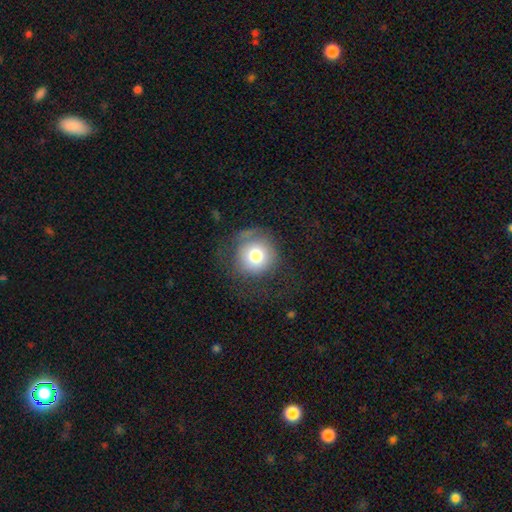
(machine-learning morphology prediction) A smooth galaxy with no disk features (76%) that is round (93%). Merging: none (62%).